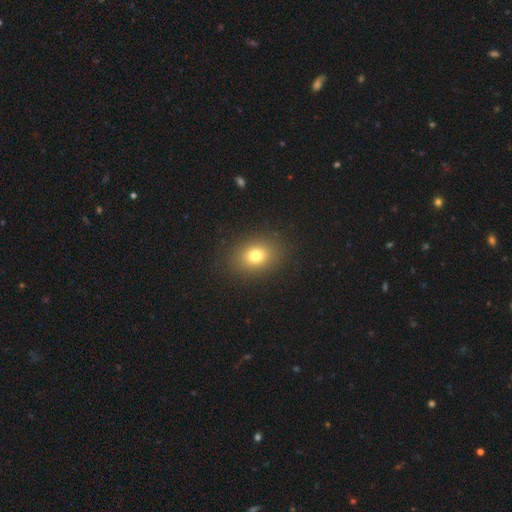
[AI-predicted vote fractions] smooth-or-featured: smooth: 76% | star or artifact: 14% | featured or disk: 10%
  how-rounded: in between: 56% | round: 43% | cigar-shaped: 1%
  merging: none: 88% | minor disturbance: 8% | major disturbance: 3% | merger: 1%